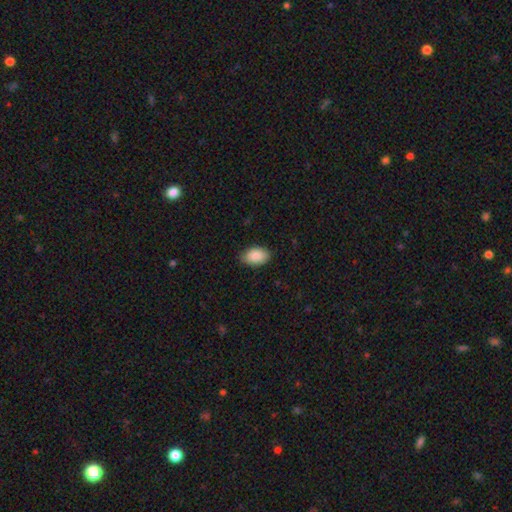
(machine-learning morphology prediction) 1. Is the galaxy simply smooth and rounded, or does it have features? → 88% smooth, 7% star or artifact, 6% featured or disk.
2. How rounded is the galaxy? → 91% in between, 8% round, 1% cigar-shaped.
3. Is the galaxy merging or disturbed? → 83% none, 14% minor disturbance, 2% major disturbance, 1% merger.